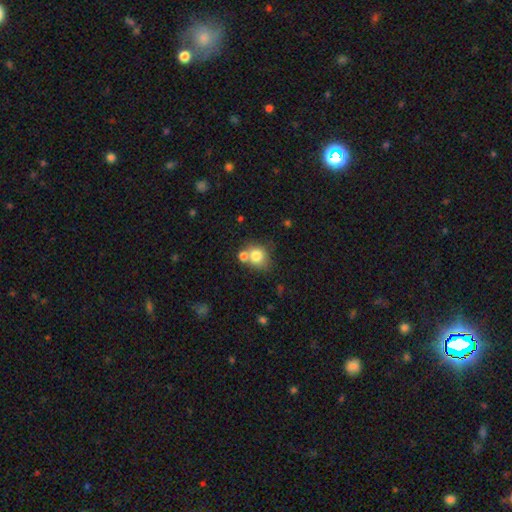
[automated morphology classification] Overall: smooth (78%). How rounded: round (76%). Merging: none (49%; merger 34%).